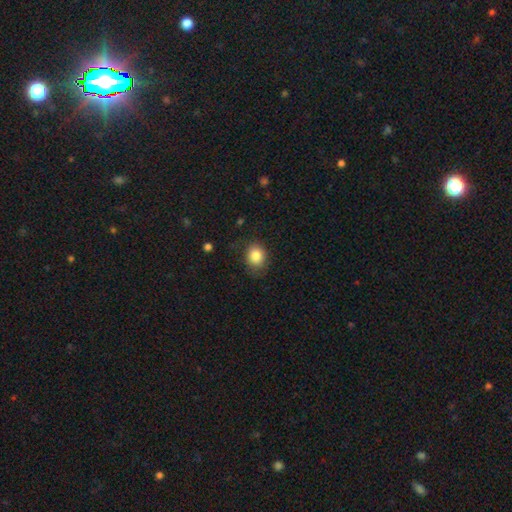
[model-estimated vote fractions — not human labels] smooth_or_featured: smooth (p=0.85) [alt: star or artifact p=0.09]
how_rounded: round (p=0.60) [alt: in between p=0.39]
merging: none (p=0.75) [alt: minor disturbance p=0.19]